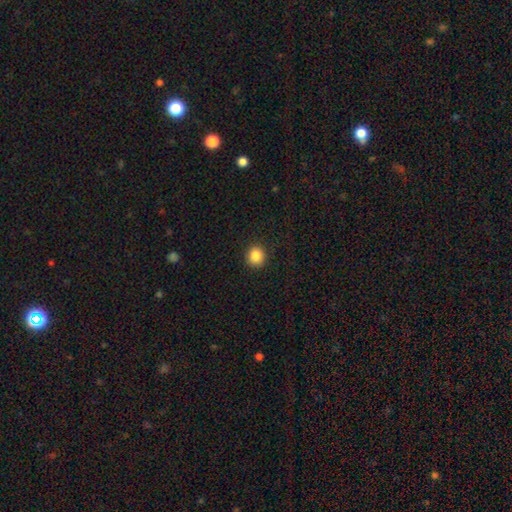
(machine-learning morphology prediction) This appears to be a smooth galaxy with no disk features (87%) that is round (84%). Merging: none (90%).